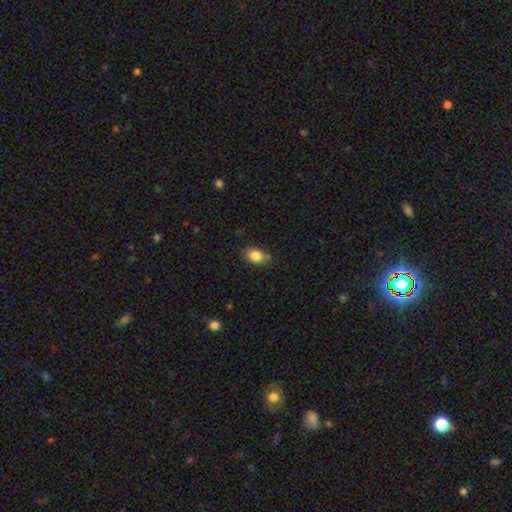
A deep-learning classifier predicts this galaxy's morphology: Smooth or featured? smooth (85%)
How rounded? in between (78%)
Merging? none (78%)